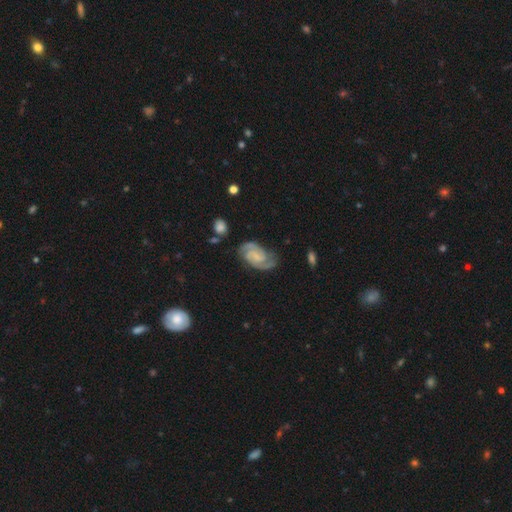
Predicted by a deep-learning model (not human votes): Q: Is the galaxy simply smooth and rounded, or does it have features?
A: featured or disk — 89%.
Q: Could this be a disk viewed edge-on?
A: no — 98%.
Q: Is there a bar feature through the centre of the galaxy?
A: weak — 46%.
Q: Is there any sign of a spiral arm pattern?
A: yes — 98%.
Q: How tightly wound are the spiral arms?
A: tight — 47%.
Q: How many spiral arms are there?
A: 2 — 91%.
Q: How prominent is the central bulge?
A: none — 44%.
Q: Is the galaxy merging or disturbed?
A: none — 78%.